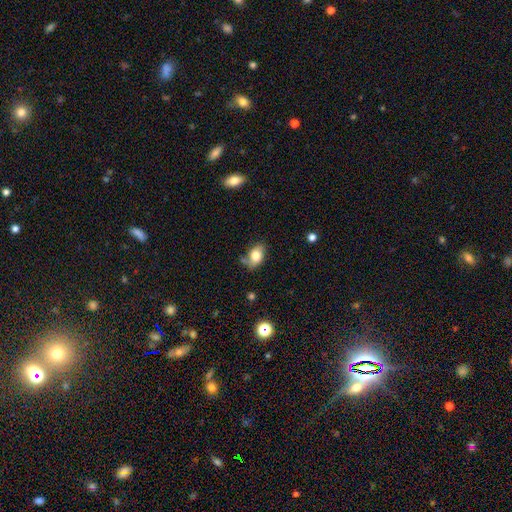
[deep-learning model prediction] Smooth or featured? Predicted: smooth (p=0.76). How rounded? Predicted: in between (p=0.85). Merging? Predicted: none (p=0.58).